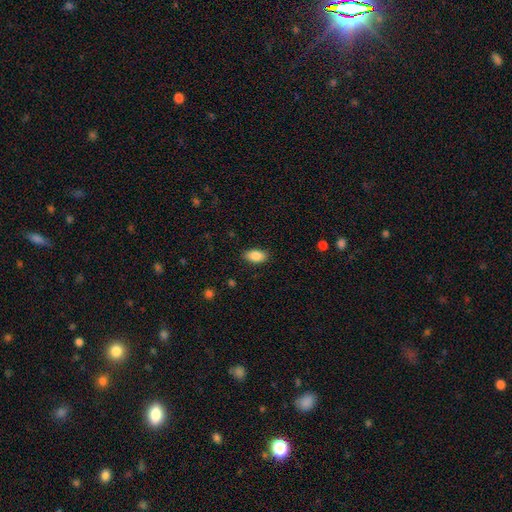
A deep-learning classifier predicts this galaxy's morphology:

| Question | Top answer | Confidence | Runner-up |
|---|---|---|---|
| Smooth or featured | smooth | 87% | star or artifact (7%) |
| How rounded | in between | 92% | round (5%) |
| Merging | none | 86% | minor disturbance (11%) |